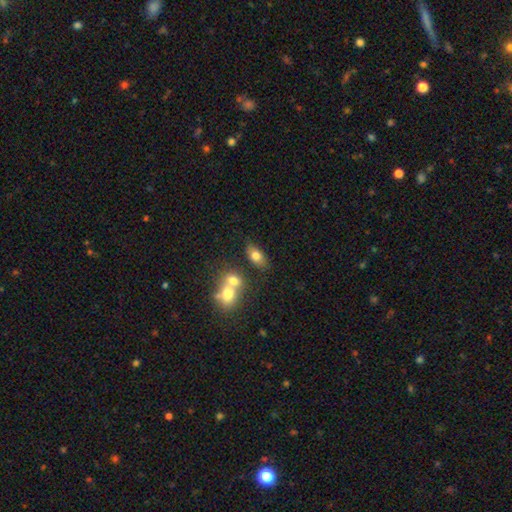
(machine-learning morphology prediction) Overall: smooth (76%). How rounded: in between (86%). Merging: none (64%).